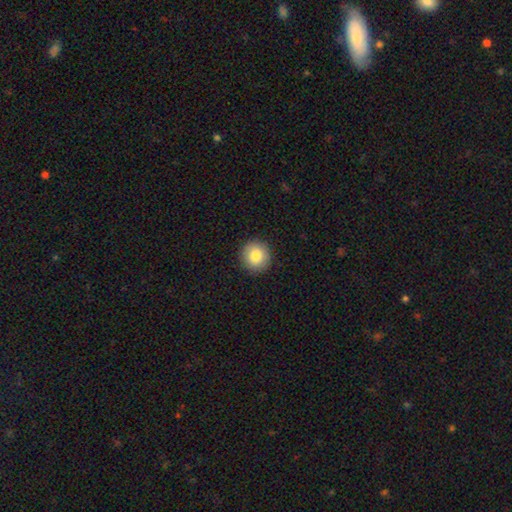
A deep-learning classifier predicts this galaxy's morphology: smooth_or_featured: smooth (p=0.84) [alt: star or artifact p=0.08]
how_rounded: round (p=0.93) [alt: in between p=0.06]
merging: none (p=0.92) [alt: minor disturbance p=0.05]